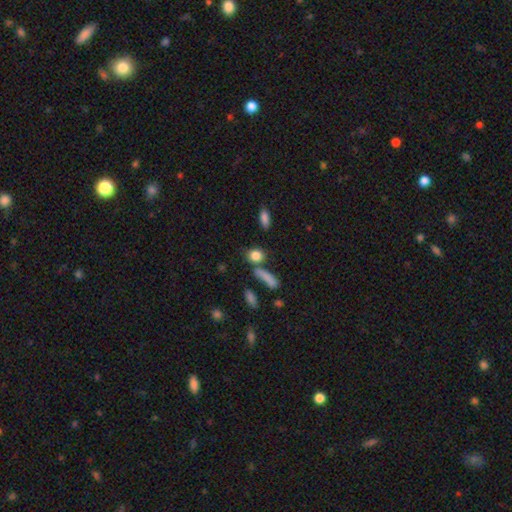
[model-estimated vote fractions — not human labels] smooth 83%, star or artifact 10%, featured or disk 7%. Down the decision tree: how rounded — round (57%); merging — none (64%).